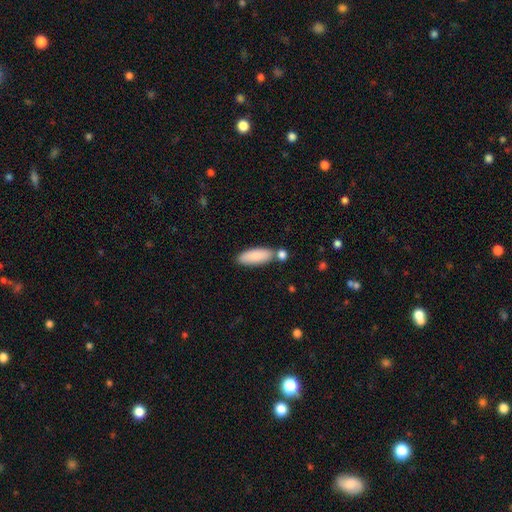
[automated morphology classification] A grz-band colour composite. It shows a smooth galaxy with no disk features (86%) that is in between round and cigar-shaped (72%). Merging: none (69%).